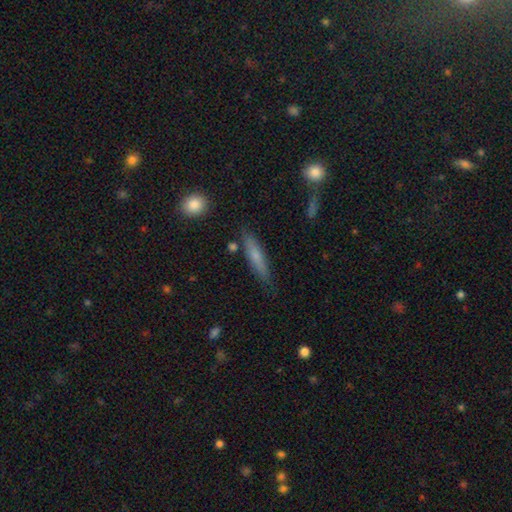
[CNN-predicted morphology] Smooth or featured?
  - smooth: 63% *
  - featured or disk: 30%
  - star or artifact: 7%
How rounded?
  - cigar-shaped: 85% *
  - in between: 13%
  - round: 2%
Merging?
  - none: 81% *
  - minor disturbance: 13%
  - merger: 3%
  - major disturbance: 3%